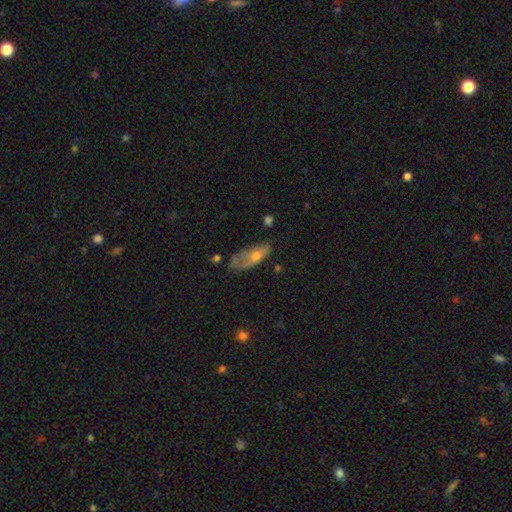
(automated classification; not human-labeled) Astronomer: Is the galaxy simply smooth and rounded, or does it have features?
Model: smooth — 53% (runner-up: featured or disk, 38%).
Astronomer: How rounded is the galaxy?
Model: in between — 70%.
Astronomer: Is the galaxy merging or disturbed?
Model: none — 37% (runner-up: minor disturbance, 31%).